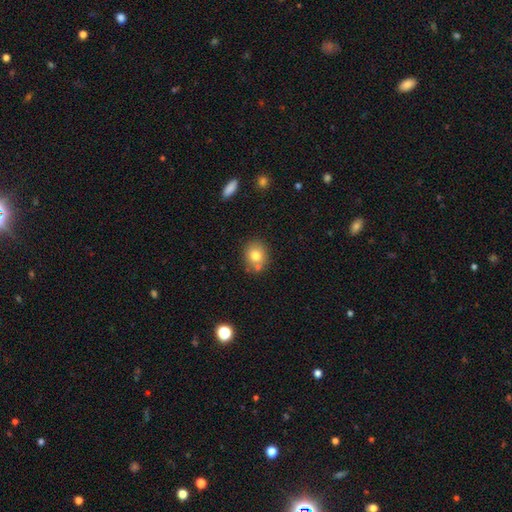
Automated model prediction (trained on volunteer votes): Smooth or featured: smooth — 77% (featured or disk — 13%)
How rounded: round — 73% (in between — 27%)
Merging: none — 69% (merger — 16%)